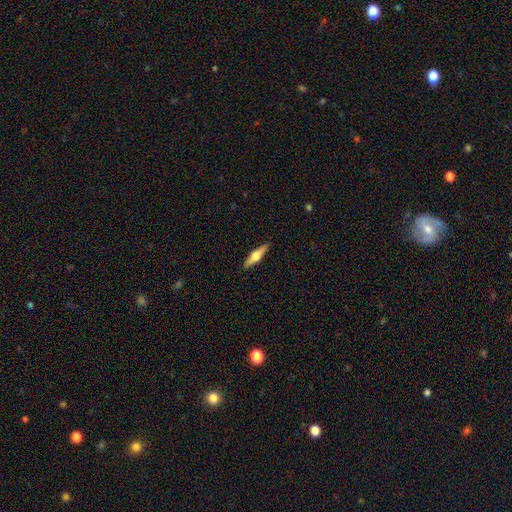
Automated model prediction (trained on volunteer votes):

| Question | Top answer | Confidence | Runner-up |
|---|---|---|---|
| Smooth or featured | featured or disk | 60% | smooth (34%) |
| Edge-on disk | yes | 96% | no (4%) |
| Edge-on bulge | rounded | 93% | boxy (5%) |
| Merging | none | 90% | minor disturbance (7%) |